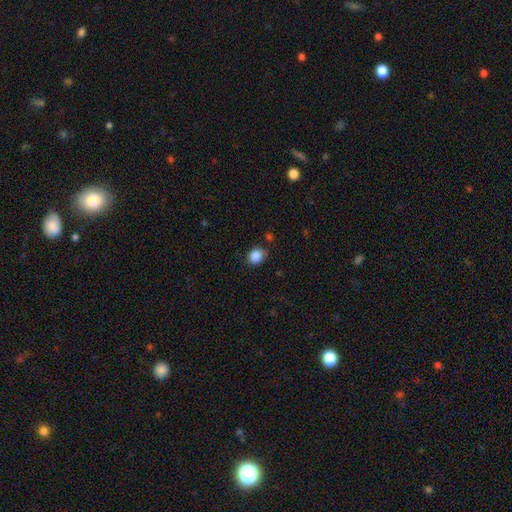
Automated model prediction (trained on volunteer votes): Overall: smooth (87%). How rounded: round (64%; in between 35%). Merging: none (81%).